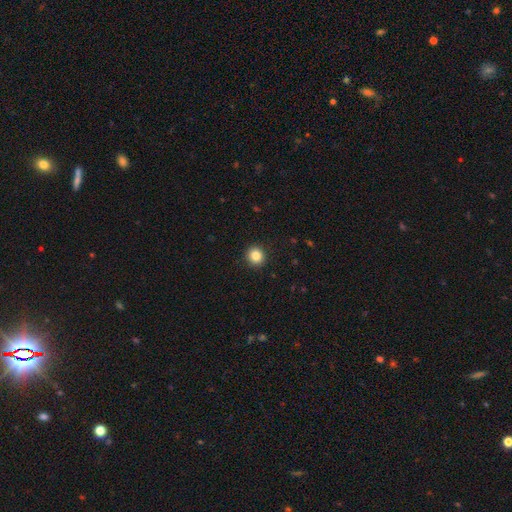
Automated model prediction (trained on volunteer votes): smooth 85%, star or artifact 10%, featured or disk 4%. Down the decision tree: how rounded — round (92%); merging — none (93%).